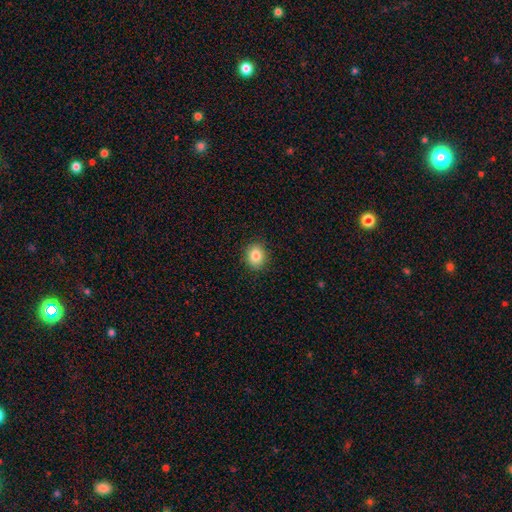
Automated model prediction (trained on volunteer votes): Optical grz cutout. It shows a smooth galaxy with no disk features (85%) that is round (64%). Merging: none (90%).